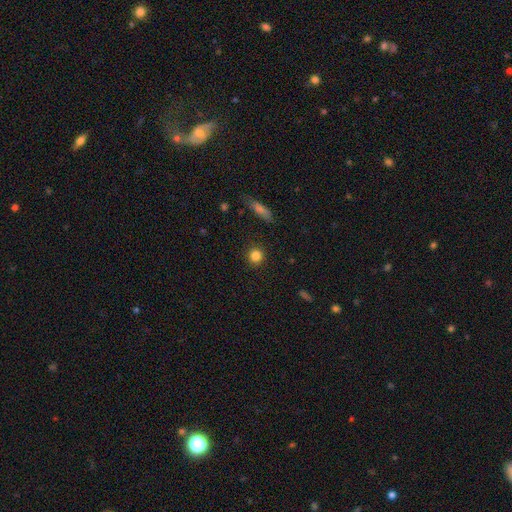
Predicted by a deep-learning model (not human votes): smooth-or-featured: smooth: 83% | star or artifact: 11% | featured or disk: 6%
  how-rounded: round: 92% | in between: 7% | cigar-shaped: 1%
  merging: none: 90% | minor disturbance: 7% | major disturbance: 2% | merger: 1%